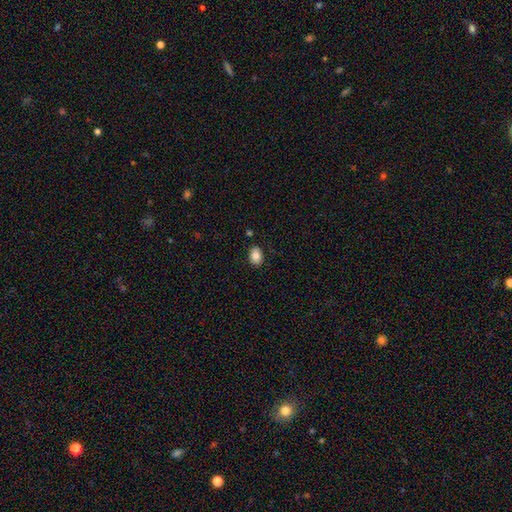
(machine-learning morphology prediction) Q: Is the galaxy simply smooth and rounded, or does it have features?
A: smooth — 82%.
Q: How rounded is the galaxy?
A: in between — 74%.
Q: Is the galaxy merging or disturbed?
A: none — 84%.